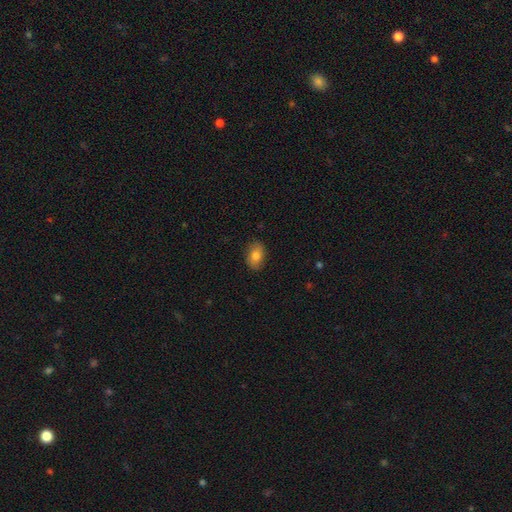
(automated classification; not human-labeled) A smooth galaxy with no disk features (80%) that is in between round and cigar-shaped (81%). Merging: none (86%).